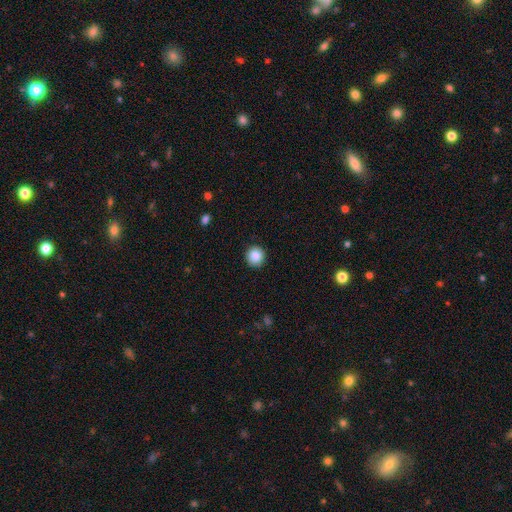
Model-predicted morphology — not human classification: Smooth or featured? smooth (85%)
How rounded? round (93%)
Merging? none (92%)